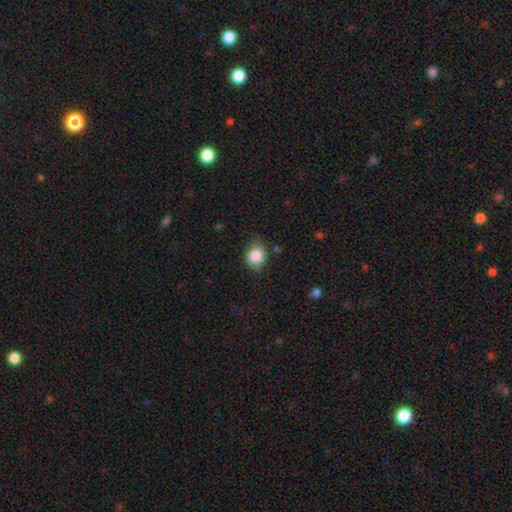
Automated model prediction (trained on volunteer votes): smooth 85%, star or artifact 9%, featured or disk 6%. Down the decision tree: how rounded — round (60%); merging — none (74%).